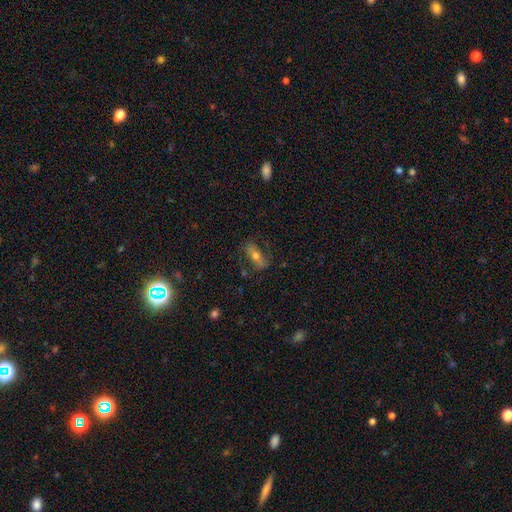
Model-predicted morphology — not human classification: smooth_or_featured: smooth (p=0.50) [alt: featured or disk p=0.39]
how_rounded: in between (p=0.67) [alt: cigar-shaped p=0.27]
merging: none (p=0.72) [alt: minor disturbance p=0.18]